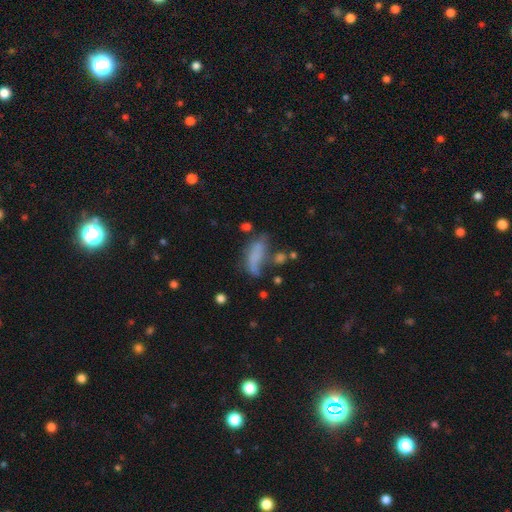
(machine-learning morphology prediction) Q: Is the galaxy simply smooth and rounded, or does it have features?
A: smooth — 63%.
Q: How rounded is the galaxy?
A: in between — 70%.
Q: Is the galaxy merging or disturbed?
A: none — 32%.